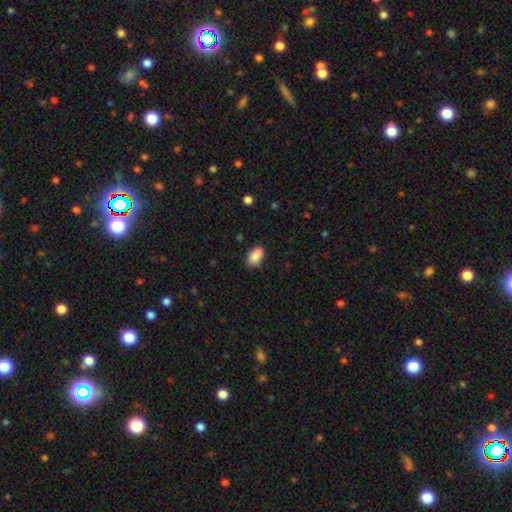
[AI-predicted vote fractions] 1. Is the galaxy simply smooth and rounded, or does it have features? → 83% smooth, 9% star or artifact, 8% featured or disk.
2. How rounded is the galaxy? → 83% in between, 15% round, 2% cigar-shaped.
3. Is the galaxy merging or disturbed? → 60% none, 21% minor disturbance, 14% merger, 5% major disturbance.